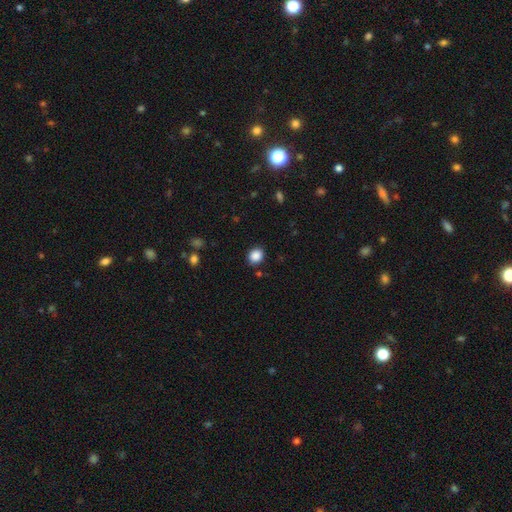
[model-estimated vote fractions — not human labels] A smooth galaxy with no disk features (87%) that is round (69%).

Vote fractions:
- Smooth or featured? smooth: 87% / star or artifact: 10% / featured or disk: 3%
- How rounded? round: 69% / in between: 30% / cigar-shaped: 1%
- Merging? none: 86% / minor disturbance: 9% / major disturbance: 3% / merger: 2%